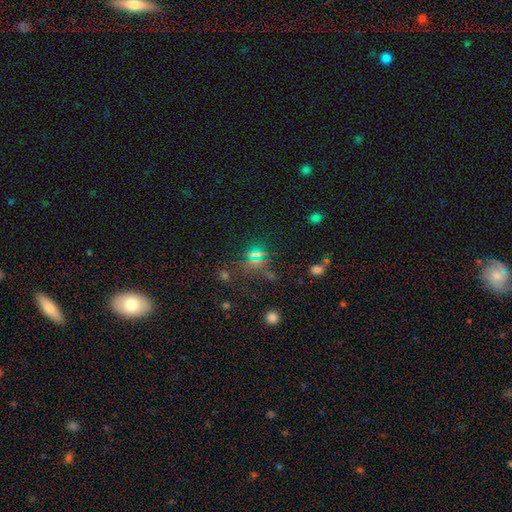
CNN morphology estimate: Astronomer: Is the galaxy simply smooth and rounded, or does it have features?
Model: star or artifact — 62%.